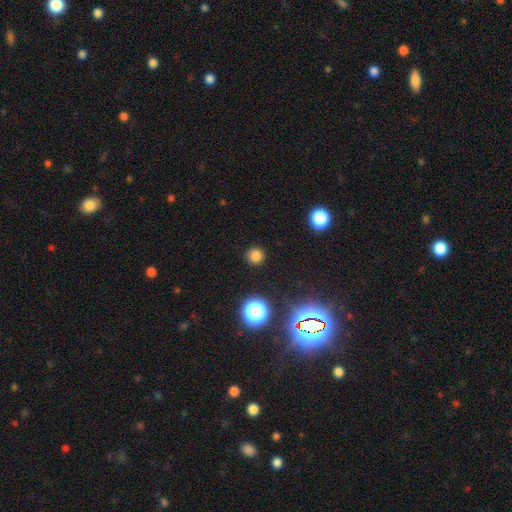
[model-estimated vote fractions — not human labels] This is likely a smooth galaxy (77%). How rounded: clearly round (93%). Merging: clearly none (89%).